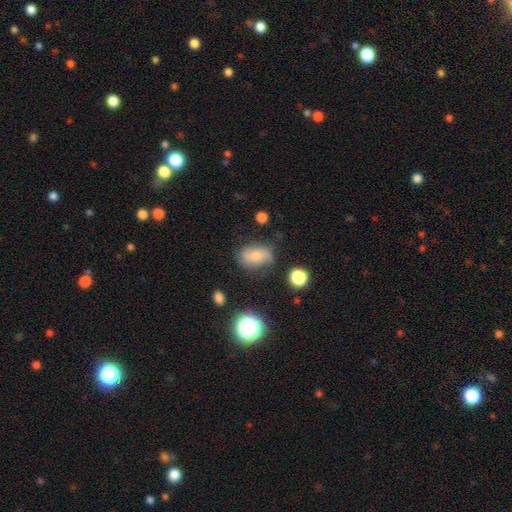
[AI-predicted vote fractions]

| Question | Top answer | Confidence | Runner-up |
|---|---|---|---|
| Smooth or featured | smooth | 54% | featured or disk (34%) |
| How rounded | in between | 77% | round (21%) |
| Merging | none | 61% | minor disturbance (26%) |